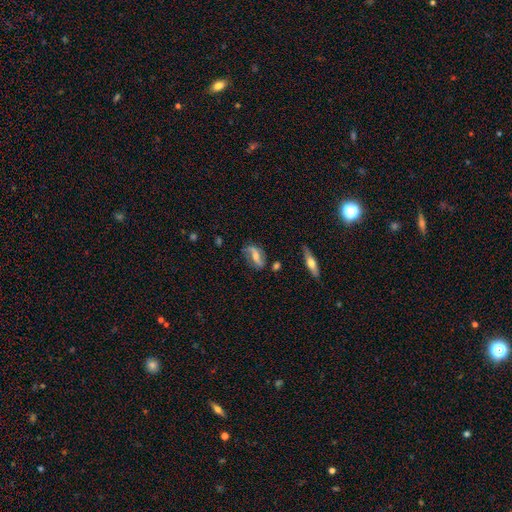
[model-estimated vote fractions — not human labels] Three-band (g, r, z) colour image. It shows a featured or disk galaxy (70%) with a weak bar (35%, tied with strong), 2 (85%) loose (65%) spiral arms (86%) and a moderate central bulge (48%). Merging: none (65%).